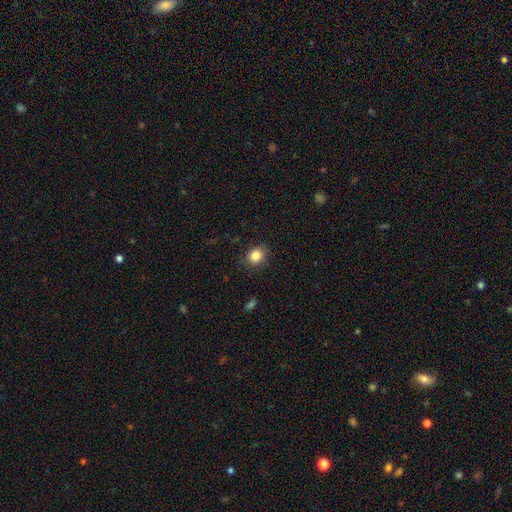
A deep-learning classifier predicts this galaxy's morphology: This is clearly a smooth galaxy (85%). How rounded: likely round (66%). Merging: clearly none (86%).